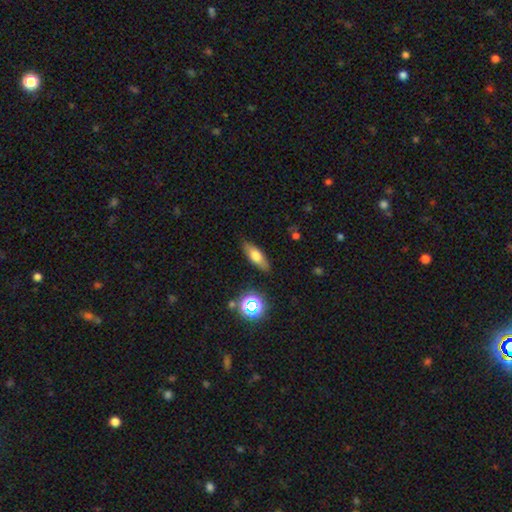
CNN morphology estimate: smooth_or_featured: smooth (p=0.64) [alt: featured or disk p=0.25]
how_rounded: in between (p=0.58) [alt: cigar-shaped p=0.37]
merging: none (p=0.86) [alt: minor disturbance p=0.10]